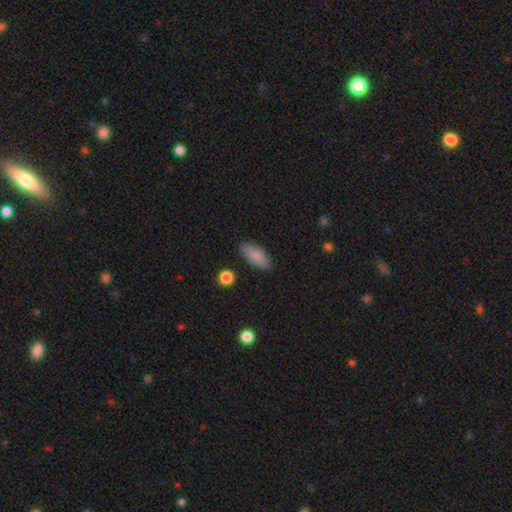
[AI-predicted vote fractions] Smooth or featured?
  - smooth: 85% *
  - featured or disk: 8%
  - star or artifact: 7%
How rounded?
  - in between: 79% *
  - cigar-shaped: 18%
  - round: 3%
Merging?
  - none: 85% *
  - minor disturbance: 11%
  - major disturbance: 2%
  - merger: 1%